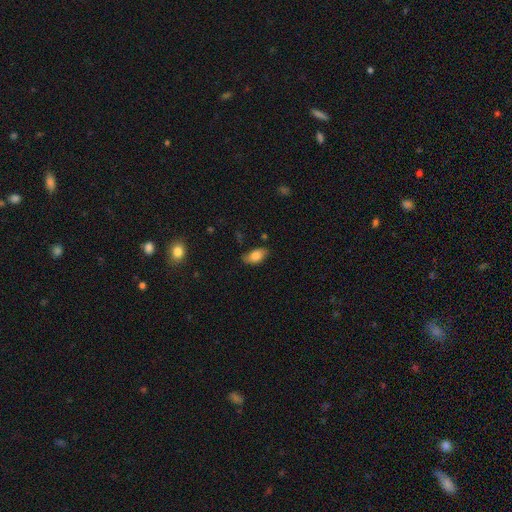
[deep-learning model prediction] A smooth galaxy with no disk features (79%) that is in between round and cigar-shaped (91%). Merging: none (75%).